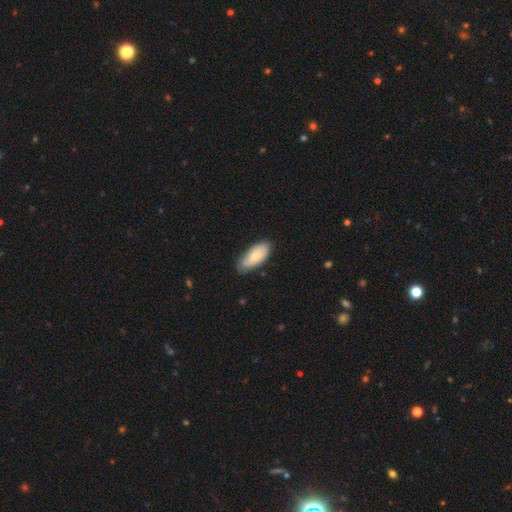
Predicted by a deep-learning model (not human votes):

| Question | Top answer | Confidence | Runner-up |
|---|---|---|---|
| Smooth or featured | smooth | 73% | featured or disk (21%) |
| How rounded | in between | 88% | cigar-shaped (10%) |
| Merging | none | 72% | minor disturbance (23%) |